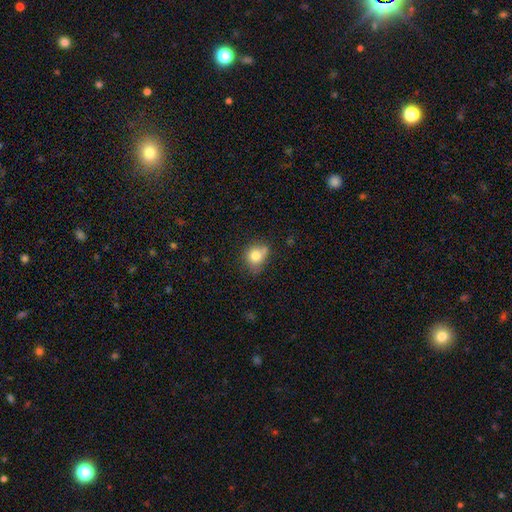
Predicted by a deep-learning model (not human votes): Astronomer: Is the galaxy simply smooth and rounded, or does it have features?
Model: smooth — 79%.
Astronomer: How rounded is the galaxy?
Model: round — 67%.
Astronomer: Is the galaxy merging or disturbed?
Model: none — 53% (runner-up: minor disturbance, 28%).